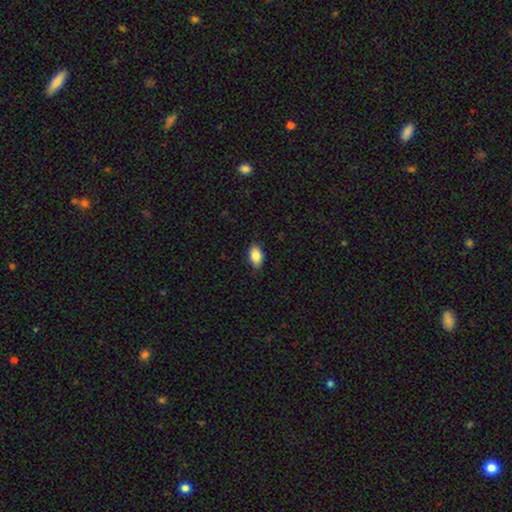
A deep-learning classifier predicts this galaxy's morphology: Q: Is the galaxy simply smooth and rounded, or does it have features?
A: smooth — 87%.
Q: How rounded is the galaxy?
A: in between — 90%.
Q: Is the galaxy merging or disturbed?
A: none — 84%.